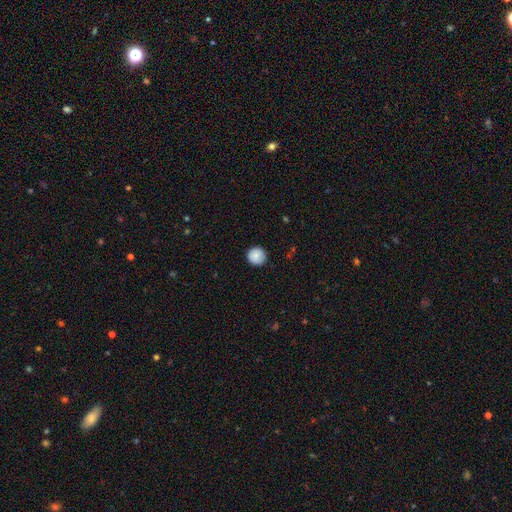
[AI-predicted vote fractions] A smooth galaxy with no disk features (86%) that is round (94%).

Vote fractions:
- Smooth or featured? smooth: 86% / star or artifact: 8% / featured or disk: 6%
- How rounded? round: 94% / in between: 5% / cigar-shaped: 1%
- Merging? none: 89% / minor disturbance: 9% / major disturbance: 2% / merger: 1%